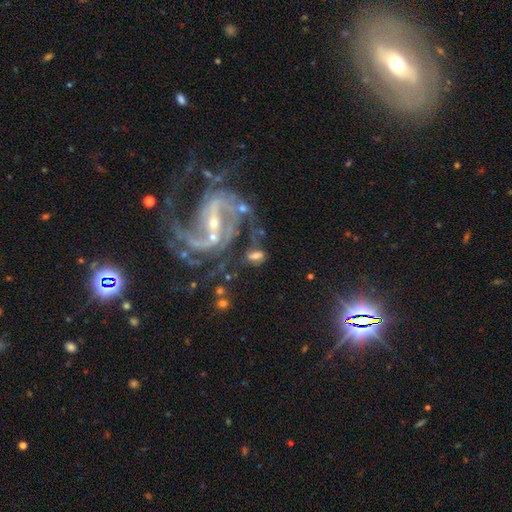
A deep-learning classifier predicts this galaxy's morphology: Q: Smooth or featured?
A: featured or disk (62%); runner-up: smooth (28%)
Q: Edge-on disk?
A: no (94%); runner-up: yes (6%)
Q: Bar?
A: strong (39%); runner-up: weak (33%)
Q: Spiral arms?
A: yes (80%); runner-up: no (20%)
Q: Bulge size?
A: small (52%); runner-up: moderate (36%)
Q: Merging?
A: none (45%); runner-up: merger (21%)